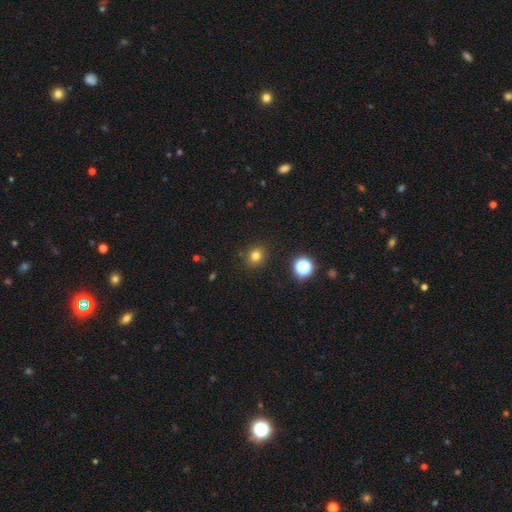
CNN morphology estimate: The model was most divided on "smooth or featured": smooth: 78%, star or artifact: 16%, featured or disk: 6%. More confident: merging — none (89%); how rounded — round (84%).